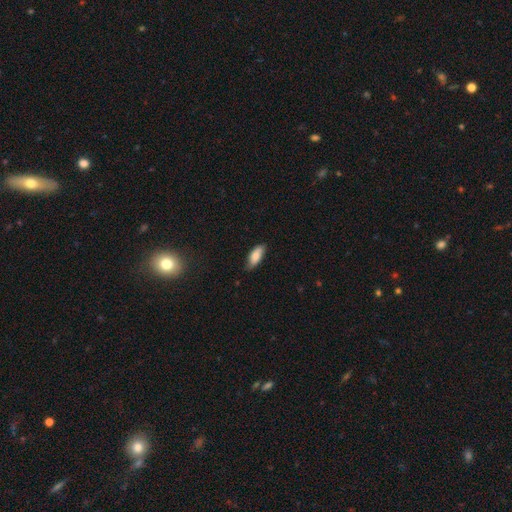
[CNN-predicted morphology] Smooth or featured? Predicted: smooth (p=0.80). How rounded? Predicted: in between (p=0.79). Merging? Predicted: none (p=0.72).